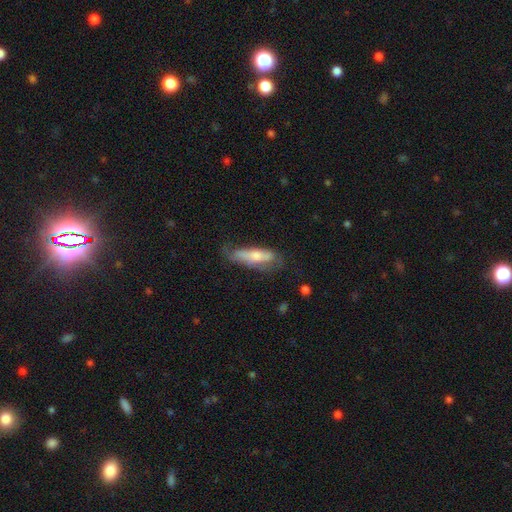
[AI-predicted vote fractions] smooth 56%, featured or disk 37%, star or artifact 7%. Down the decision tree: how rounded — cigar-shaped (56%); merging — none (49%).